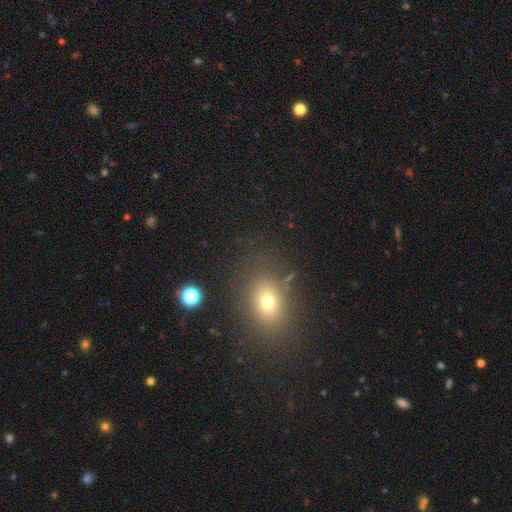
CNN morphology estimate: smooth_or_featured: smooth (p=0.64) [alt: star or artifact p=0.26]
how_rounded: in between (p=0.67) [alt: round p=0.30]
merging: none (p=0.84) [alt: minor disturbance p=0.10]